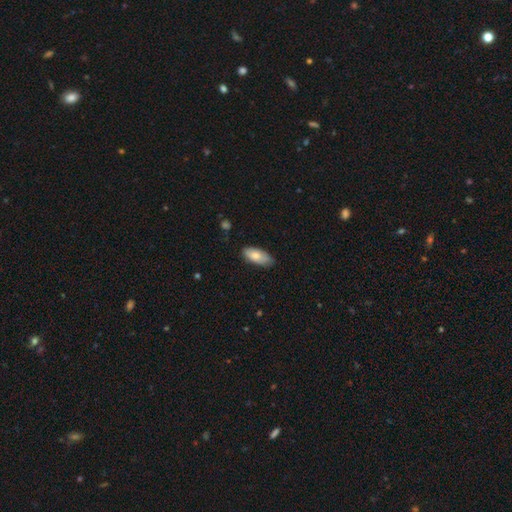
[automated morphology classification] Q: Smooth or featured?
A: smooth (77%); runner-up: featured or disk (17%)
Q: How rounded?
A: in between (87%); runner-up: cigar-shaped (11%)
Q: Merging?
A: none (78%); runner-up: minor disturbance (18%)